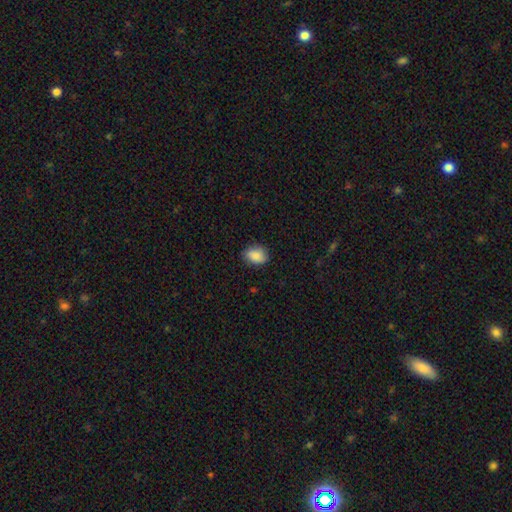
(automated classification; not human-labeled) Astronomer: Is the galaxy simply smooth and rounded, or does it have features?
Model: smooth — 87%.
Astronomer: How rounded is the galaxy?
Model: in between — 69%.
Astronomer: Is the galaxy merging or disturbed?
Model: none — 81%.